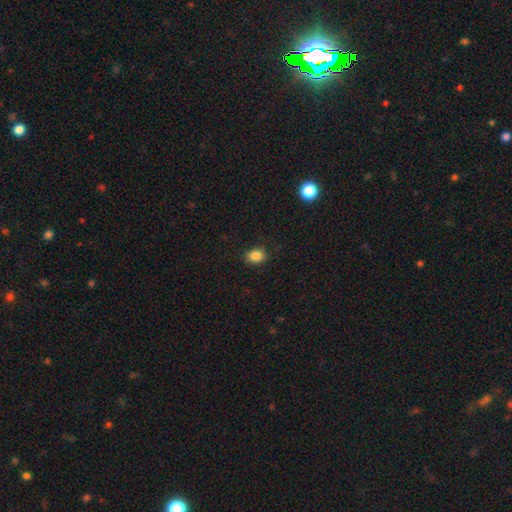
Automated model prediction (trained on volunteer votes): This appears to be a smooth galaxy with no disk features (86%) that is in between round and cigar-shaped (65%). Merging: none (86%).